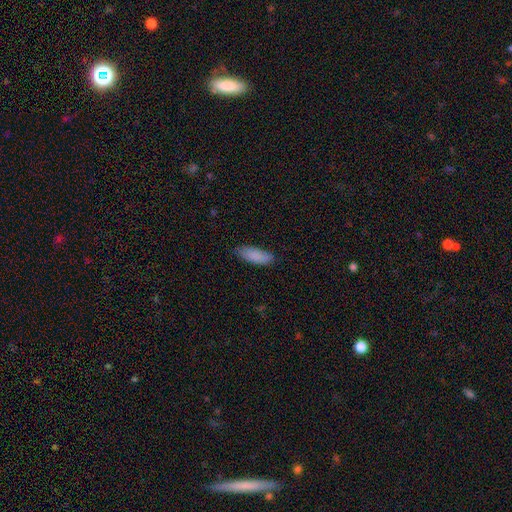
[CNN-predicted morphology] Smooth or featured?
  - smooth: 88% *
  - featured or disk: 6%
  - star or artifact: 6%
How rounded?
  - in between: 73% *
  - cigar-shaped: 25%
  - round: 2%
Merging?
  - none: 81% *
  - minor disturbance: 16%
  - major disturbance: 3%
  - merger: 1%